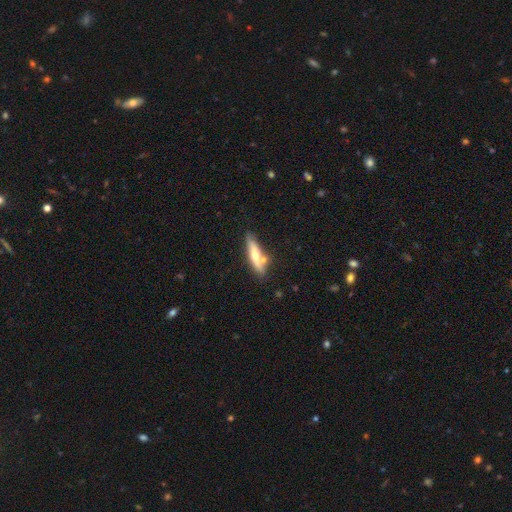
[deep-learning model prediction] smooth_or_featured: smooth (p=0.49) [alt: featured or disk p=0.45]
merging: none (p=0.69) [alt: minor disturbance p=0.15]